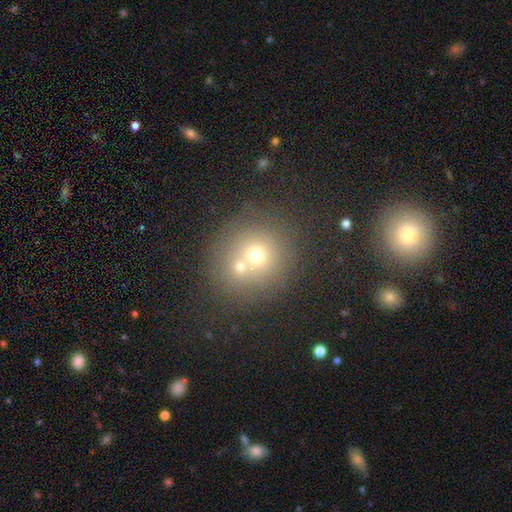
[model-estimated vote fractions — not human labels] Q: Smooth or featured?
A: smooth (63%); runner-up: star or artifact (19%)
Q: How rounded?
A: round (90%); runner-up: in between (9%)
Q: Merging?
A: none (52%); runner-up: merger (36%)